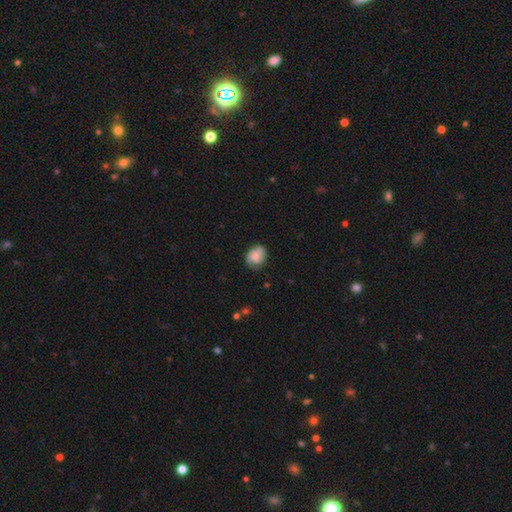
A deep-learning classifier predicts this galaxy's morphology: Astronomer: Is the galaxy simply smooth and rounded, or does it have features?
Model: smooth — 53% (runner-up: featured or disk, 39%).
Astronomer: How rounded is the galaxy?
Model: round — 54% (runner-up: in between, 45%).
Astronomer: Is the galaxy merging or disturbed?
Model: none — 70%.